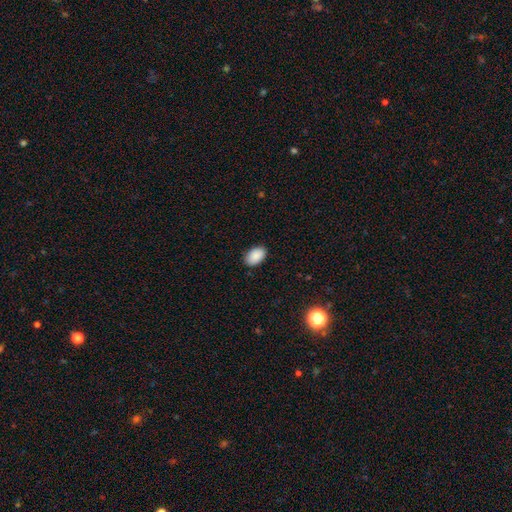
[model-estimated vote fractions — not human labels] Smooth or featured? Predicted: smooth (p=0.90). How rounded? Predicted: in between (p=0.92). Merging? Predicted: none (p=0.88).